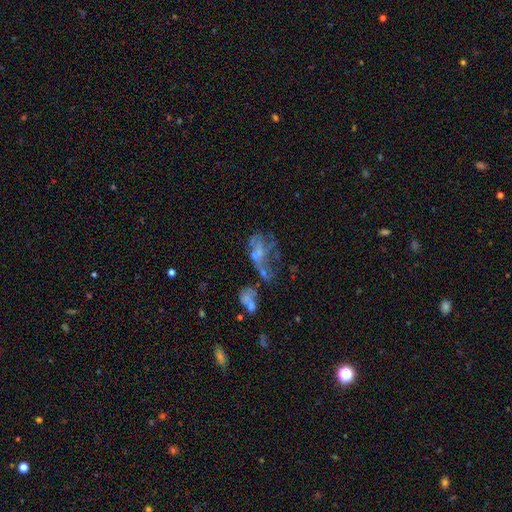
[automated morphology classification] Smooth or featured?
  - featured or disk: 55% *
  - smooth: 23%
  - star or artifact: 22%
Edge-on disk?
  - no: 96% *
  - yes: 4%
Bar?
  - no: 83% *
  - weak: 13%
  - strong: 4%
Spiral arms?
  - no: 79% *
  - yes: 21%
Bulge size?
  - none: 52% *
  - small: 29%
  - moderate: 15%
  - large: 2%
  - dominant: 1%
Merging?
  - major disturbance: 38% *
  - merger: 25%
  - none: 24%
  - minor disturbance: 13%